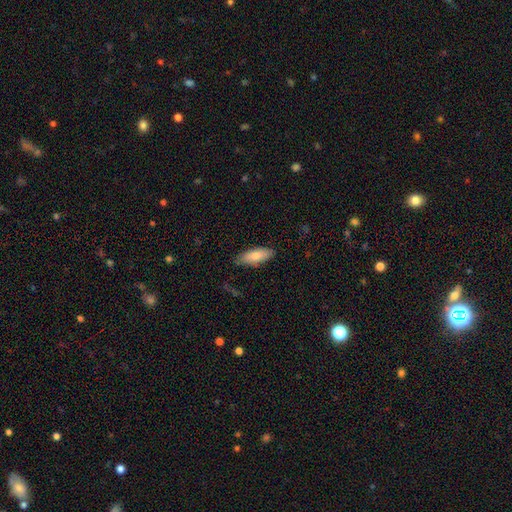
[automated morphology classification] A smooth galaxy with no disk features (79%) that is in between round and cigar-shaped (69%).

Vote fractions:
- Smooth or featured? smooth: 79% / featured or disk: 15% / star or artifact: 6%
- How rounded? in between: 69% / cigar-shaped: 29% / round: 2%
- Merging? none: 83% / minor disturbance: 13% / major disturbance: 2% / merger: 1%